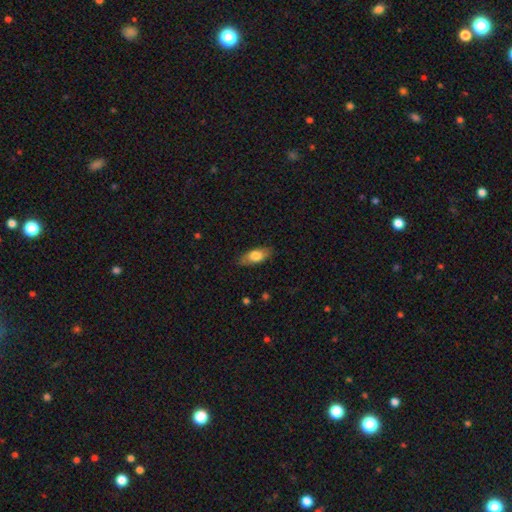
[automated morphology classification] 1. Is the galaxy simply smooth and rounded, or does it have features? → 73% smooth, 21% featured or disk, 6% star or artifact.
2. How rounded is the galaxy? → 79% in between, 17% cigar-shaped, 4% round.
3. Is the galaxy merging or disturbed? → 83% none, 13% minor disturbance, 3% major disturbance, 1% merger.